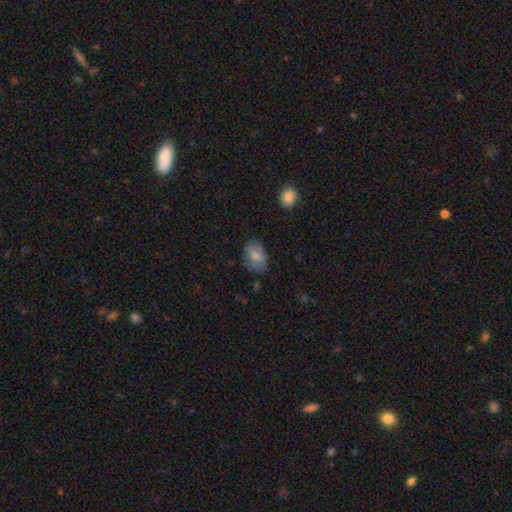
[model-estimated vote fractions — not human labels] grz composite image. It shows a smooth galaxy with no disk features (77%) that is in between round and cigar-shaped (84%). Merging: none (70%).